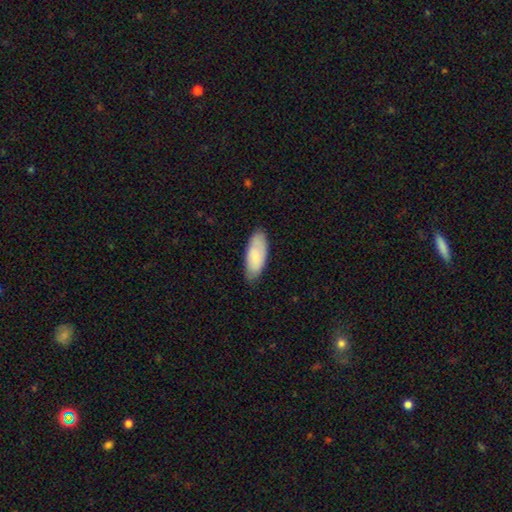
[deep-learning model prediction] Q: Smooth or featured?
A: smooth (82%); runner-up: featured or disk (13%)
Q: How rounded?
A: in between (81%); runner-up: cigar-shaped (18%)
Q: Merging?
A: none (79%); runner-up: minor disturbance (18%)